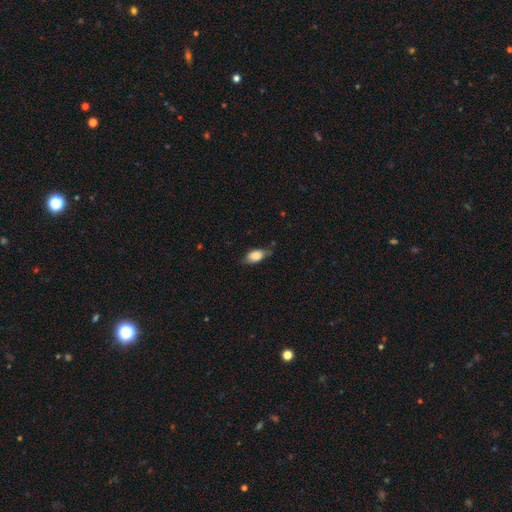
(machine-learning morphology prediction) smooth_or_featured: smooth (p=0.77) [alt: featured or disk p=0.15]
how_rounded: in between (p=0.86) [alt: round p=0.07]
merging: none (p=0.63) [alt: minor disturbance p=0.29]